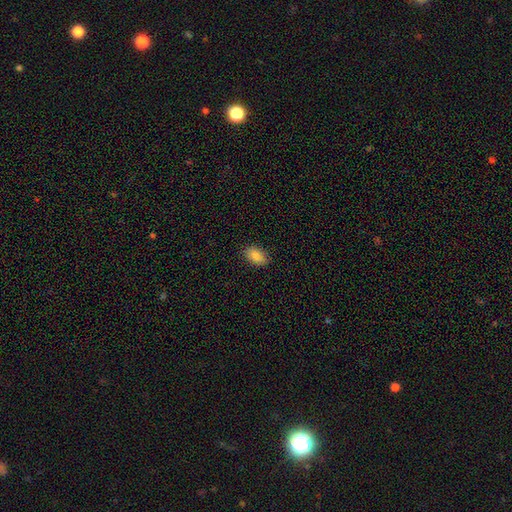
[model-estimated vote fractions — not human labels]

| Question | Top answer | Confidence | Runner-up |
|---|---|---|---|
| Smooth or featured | smooth | 83% | featured or disk (9%) |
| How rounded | in between | 90% | round (8%) |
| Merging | none | 87% | minor disturbance (10%) |